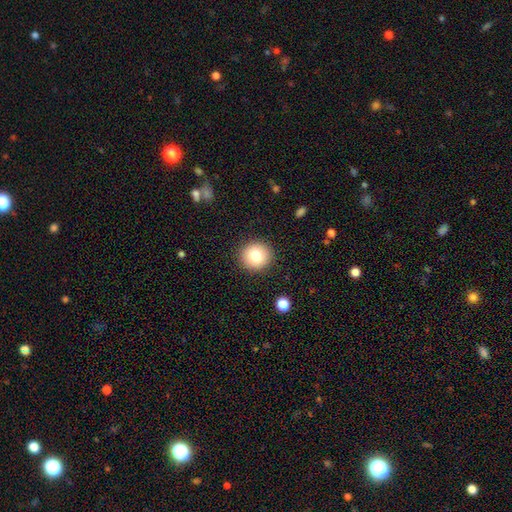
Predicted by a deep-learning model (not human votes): Overall: smooth (80%). How rounded: round (92%). Merging: none (91%).